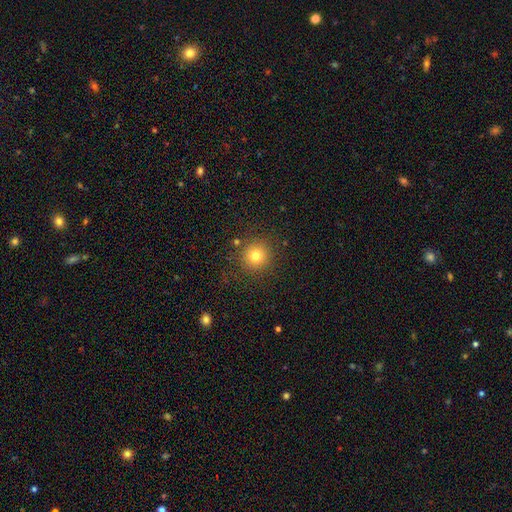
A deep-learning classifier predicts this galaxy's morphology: smooth-or-featured: smooth: 79% | star or artifact: 14% | featured or disk: 7%
  how-rounded: round: 94% | in between: 5% | cigar-shaped: 1%
  merging: none: 88% | minor disturbance: 7% | major disturbance: 3% | merger: 2%